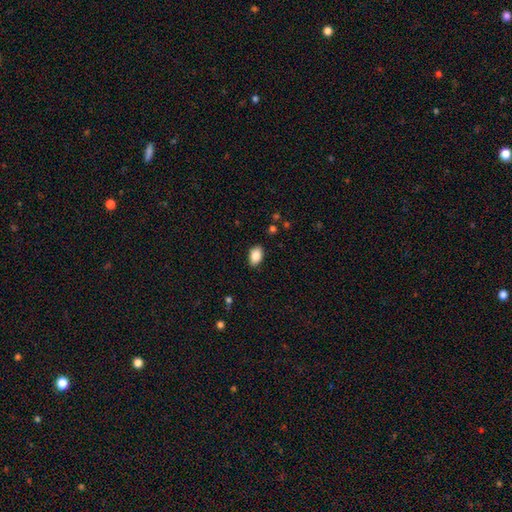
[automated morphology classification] A smooth galaxy with no disk features (86%) that is in between round and cigar-shaped (89%). Merging: none (88%).